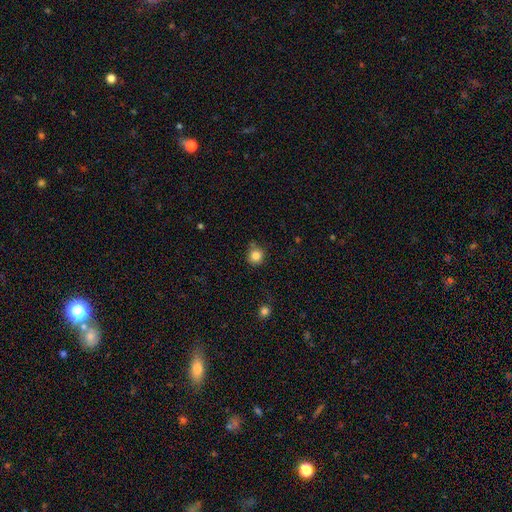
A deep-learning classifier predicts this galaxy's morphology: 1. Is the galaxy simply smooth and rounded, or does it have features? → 84% smooth, 11% star or artifact, 5% featured or disk.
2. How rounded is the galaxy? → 92% round, 8% in between, 1% cigar-shaped.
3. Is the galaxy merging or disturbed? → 78% none, 14% minor disturbance, 5% merger, 3% major disturbance.